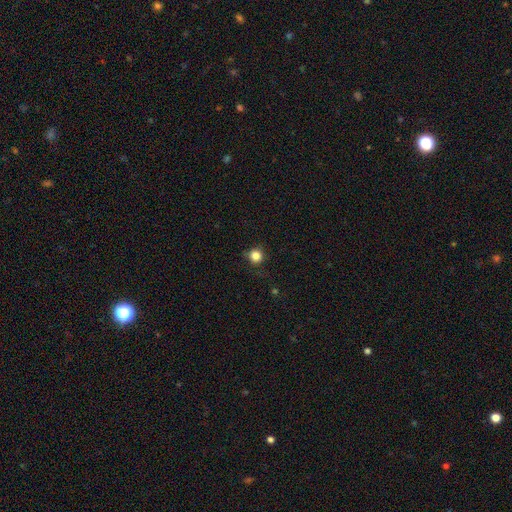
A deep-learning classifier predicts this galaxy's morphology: Smooth or featured? smooth (84%)
How rounded? round (94%)
Merging? none (84%)